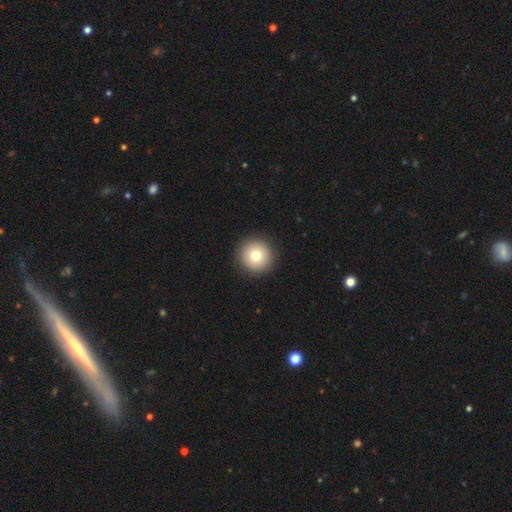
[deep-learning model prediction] smooth-or-featured: smooth: 77% | featured or disk: 12% | star or artifact: 11%
  how-rounded: round: 95% | in between: 4% | cigar-shaped: 1%
  merging: none: 93% | minor disturbance: 5% | major disturbance: 2% | merger: 1%